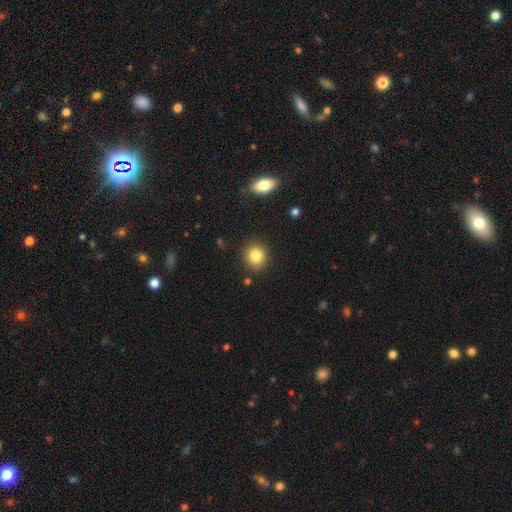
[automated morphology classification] Smooth or featured: smooth — 83% (star or artifact — 10%)
How rounded: round — 89% (in between — 10%)
Merging: none — 88% (minor disturbance — 7%)